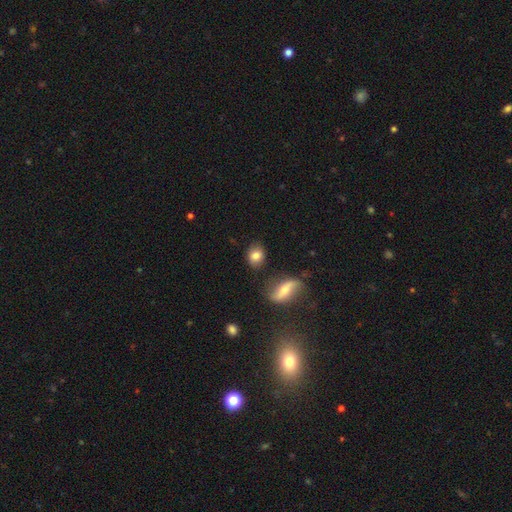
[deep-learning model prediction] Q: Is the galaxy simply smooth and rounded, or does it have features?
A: smooth — 79%.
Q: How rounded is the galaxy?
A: round — 57%.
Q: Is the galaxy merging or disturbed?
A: none — 79%.